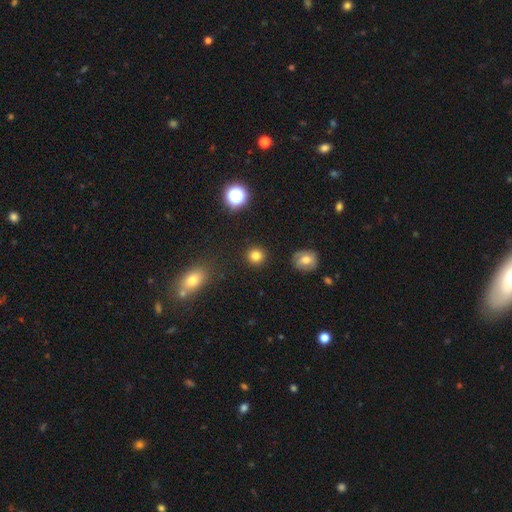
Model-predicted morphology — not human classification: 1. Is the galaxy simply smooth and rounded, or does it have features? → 82% smooth, 13% star or artifact, 5% featured or disk.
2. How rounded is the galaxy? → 91% round, 8% in between, 1% cigar-shaped.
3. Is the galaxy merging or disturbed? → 90% none, 6% minor disturbance, 2% major disturbance, 2% merger.